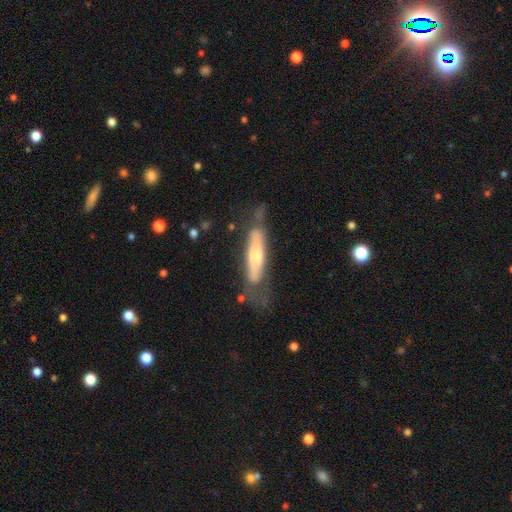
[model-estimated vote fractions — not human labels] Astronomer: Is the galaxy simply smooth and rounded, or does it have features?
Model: smooth — 49% (runner-up: featured or disk, 45%).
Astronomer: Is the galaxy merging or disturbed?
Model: none — 50% (runner-up: minor disturbance, 26%).